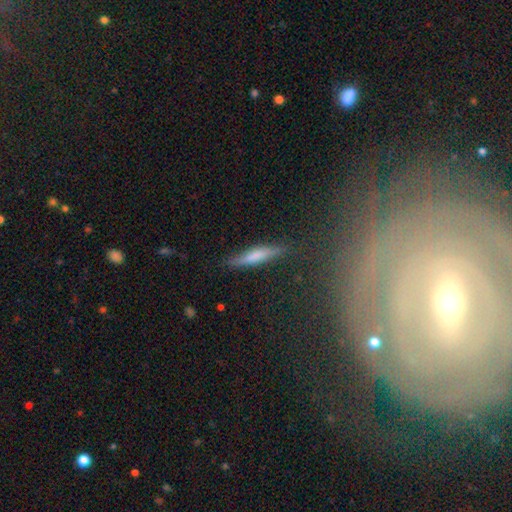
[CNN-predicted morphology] Smooth or featured?
  - smooth: 64% *
  - featured or disk: 29%
  - star or artifact: 7%
How rounded?
  - cigar-shaped: 87% *
  - in between: 11%
  - round: 2%
Merging?
  - none: 79% *
  - minor disturbance: 15%
  - major disturbance: 3%
  - merger: 2%